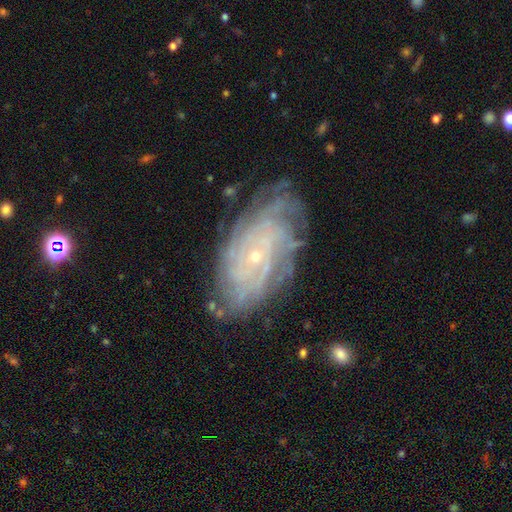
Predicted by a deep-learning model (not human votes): A featured or disk galaxy (85%) with no bar (76%), tight (77%) spiral arms (95%) and a small central bulge (85%).

Vote fractions:
- Smooth or featured? featured or disk: 85% / smooth: 8% / star or artifact: 7%
- Edge-on disk? no: 95% / yes: 5%
- Bar? no: 76% / weak: 19% / strong: 5%
- Spiral arms? yes: 95% / no: 5%
- Spiral winding? tight: 77% / medium: 19% / loose: 5%
- Spiral arm count? can't tell: 34% / more than 4: 26% / 4: 17% / 3: 9% / 2: 8% / 1: 7%
- Bulge size? small: 85% / moderate: 11% / none: 1% / large: 1% / dominant: 1%
- Merging? none: 77% / minor disturbance: 16% / major disturbance: 6% / merger: 2%